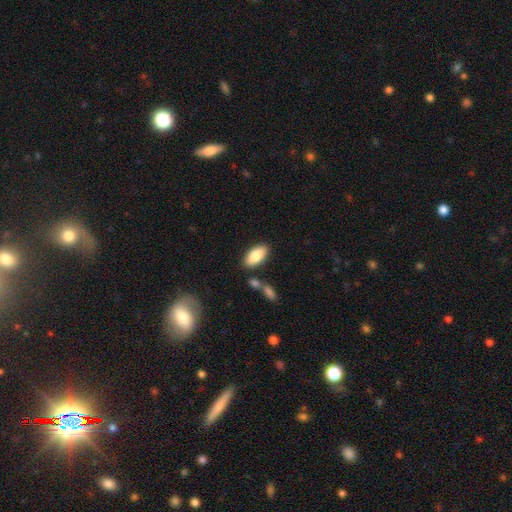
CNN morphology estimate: type=smooth (81%); roundness=in between (90%); merging=none (79%).